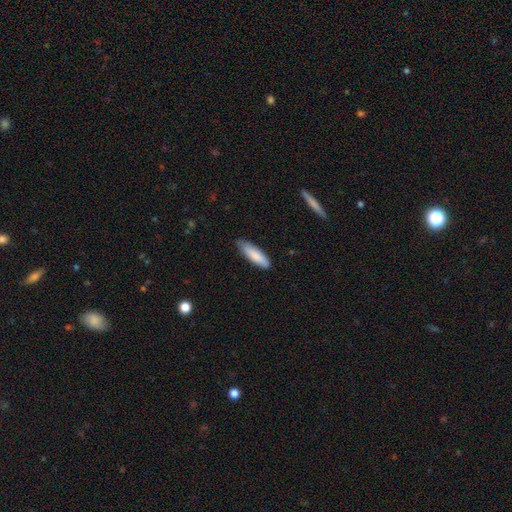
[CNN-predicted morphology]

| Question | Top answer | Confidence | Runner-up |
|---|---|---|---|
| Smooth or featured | smooth | 86% | featured or disk (9%) |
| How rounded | cigar-shaped | 56% | in between (43%) |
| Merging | none | 79% | minor disturbance (18%) |